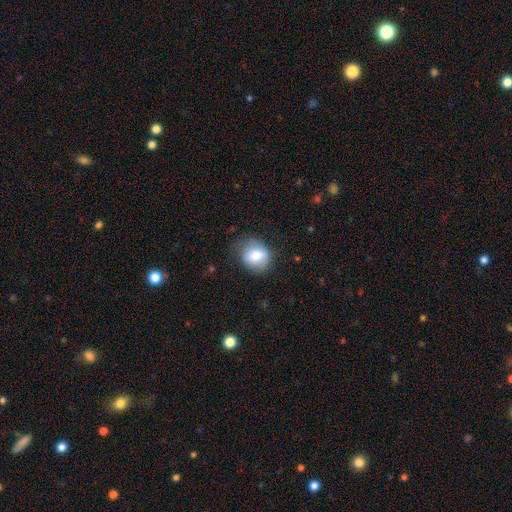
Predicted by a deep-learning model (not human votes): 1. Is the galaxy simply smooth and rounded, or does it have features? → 75% smooth, 17% featured or disk, 8% star or artifact.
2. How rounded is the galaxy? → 63% round, 36% in between, 1% cigar-shaped.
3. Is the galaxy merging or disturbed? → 69% none, 22% minor disturbance, 8% major disturbance, 1% merger.